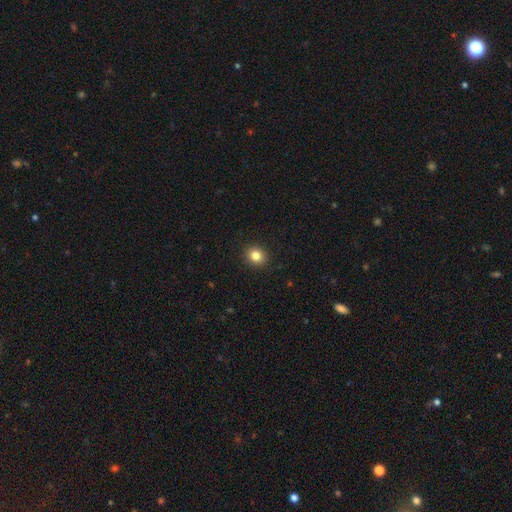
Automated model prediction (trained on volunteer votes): This appears to be a smooth galaxy with no disk features (83%) that is round (75%). Merging: none (92%).